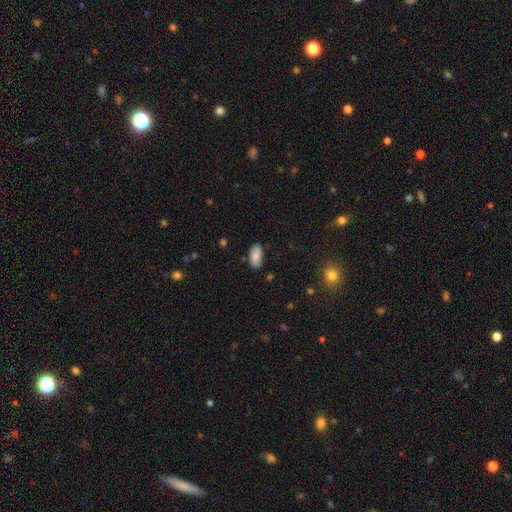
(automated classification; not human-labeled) smooth 85%, featured or disk 8%, star or artifact 7%. Down the decision tree: how rounded — in between (93%); merging — none (81%).